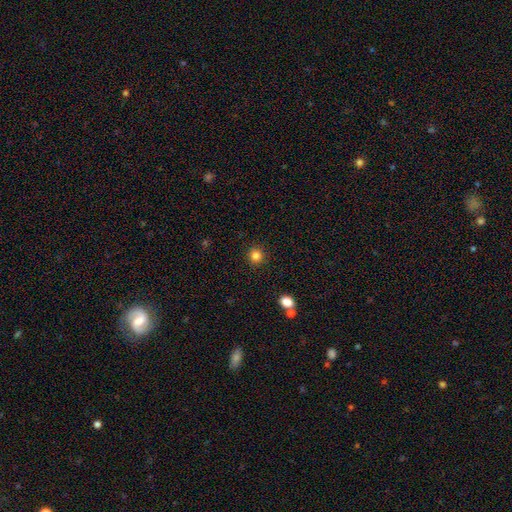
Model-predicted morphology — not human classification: Overall: smooth (84%). How rounded: round (93%). Merging: none (91%).